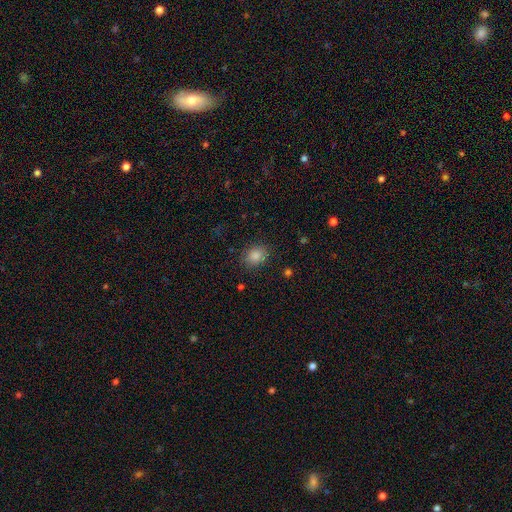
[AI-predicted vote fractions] A smooth galaxy with no disk features (85%) that is in between round and cigar-shaped (51%).

Vote fractions:
- Smooth or featured? smooth: 85% / star or artifact: 10% / featured or disk: 5%
- How rounded? in between: 51% / round: 48% / cigar-shaped: 1%
- Merging? none: 85% / minor disturbance: 11% / major disturbance: 3% / merger: 1%